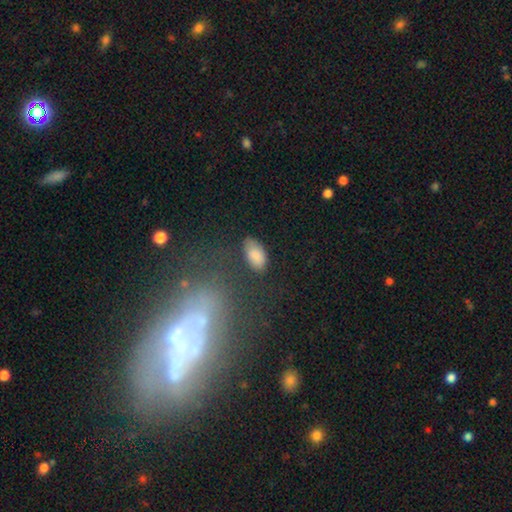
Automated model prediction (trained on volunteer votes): This is clearly a smooth galaxy (86%). How rounded: clearly in between (94%). Merging: likely none (73%).